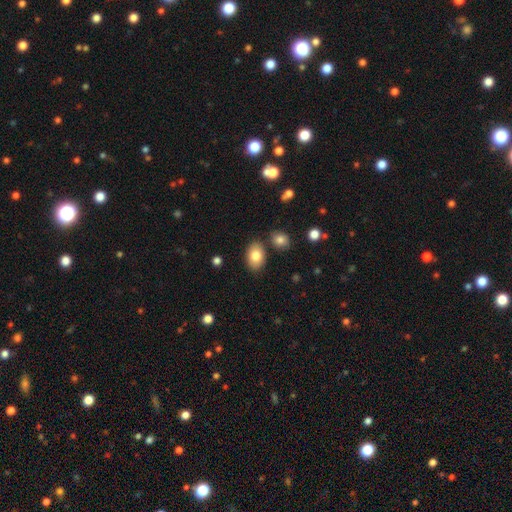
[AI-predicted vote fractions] Morphology: type=smooth (82%); roundness=in between (87%); merging=none (82%).